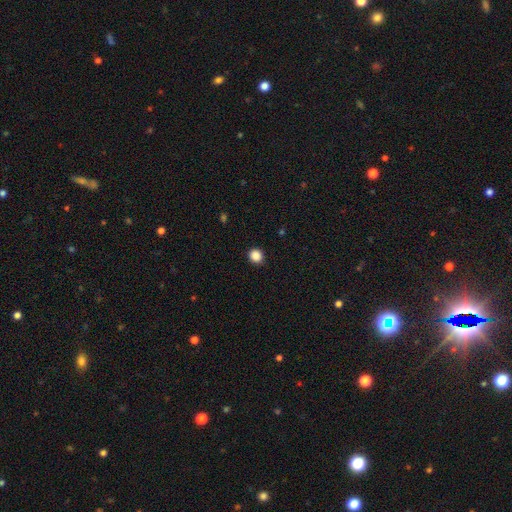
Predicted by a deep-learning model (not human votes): Smooth or featured?
  - smooth: 87% *
  - star or artifact: 10%
  - featured or disk: 2%
How rounded?
  - round: 86% *
  - in between: 13%
  - cigar-shaped: 1%
Merging?
  - none: 91% *
  - minor disturbance: 6%
  - major disturbance: 2%
  - merger: 1%